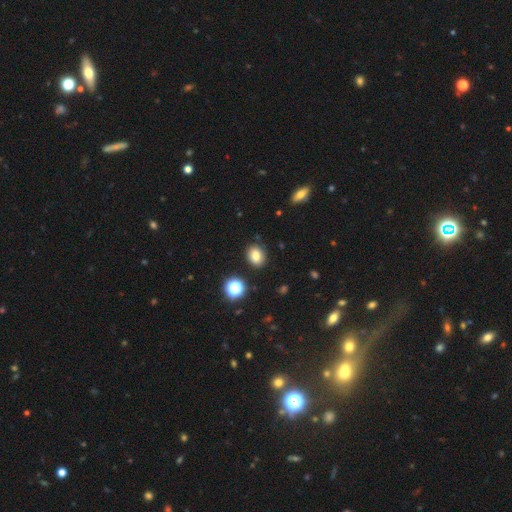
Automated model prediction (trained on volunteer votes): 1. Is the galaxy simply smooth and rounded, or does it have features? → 80% smooth, 13% star or artifact, 7% featured or disk.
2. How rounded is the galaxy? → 58% in between, 41% round, 1% cigar-shaped.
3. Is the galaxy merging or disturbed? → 86% none, 9% minor disturbance, 2% major disturbance, 2% merger.